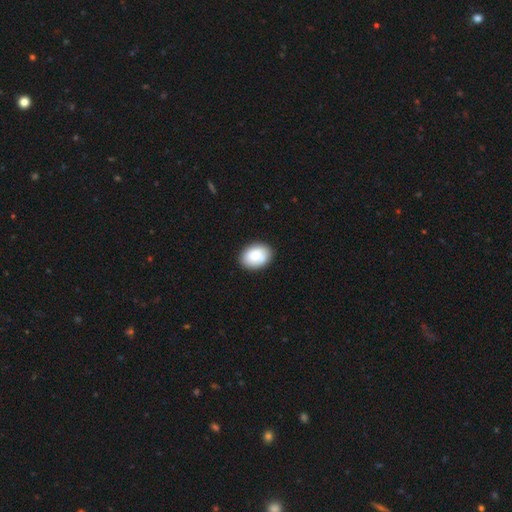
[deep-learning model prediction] Smooth or featured?
  - smooth: 84% *
  - featured or disk: 10%
  - star or artifact: 7%
How rounded?
  - in between: 77% *
  - round: 22%
  - cigar-shaped: 1%
Merging?
  - none: 85% *
  - minor disturbance: 11%
  - major disturbance: 2%
  - merger: 1%